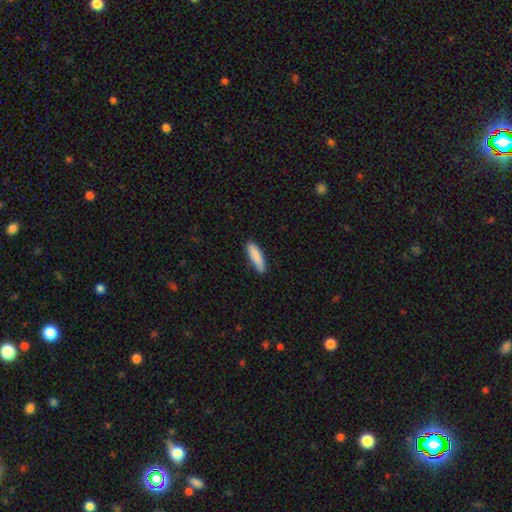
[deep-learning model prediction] This is clearly a smooth galaxy (87%). How rounded: likely cigar-shaped (70%). Merging: clearly none (82%).